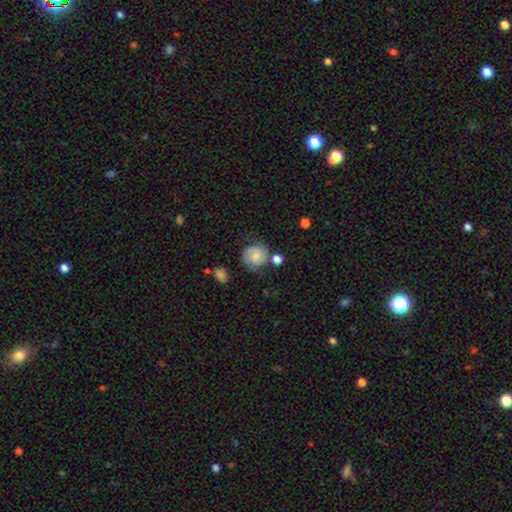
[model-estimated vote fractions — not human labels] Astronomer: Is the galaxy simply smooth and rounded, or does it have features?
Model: smooth — 47% (runner-up: featured or disk, 44%).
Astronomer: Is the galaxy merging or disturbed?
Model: none — 65%.